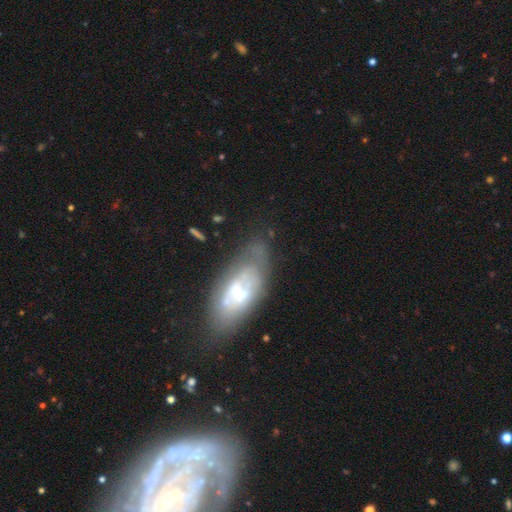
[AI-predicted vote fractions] Morphology: type=featured or disk (62%); edge-on=no (81%); merging=none (59%).